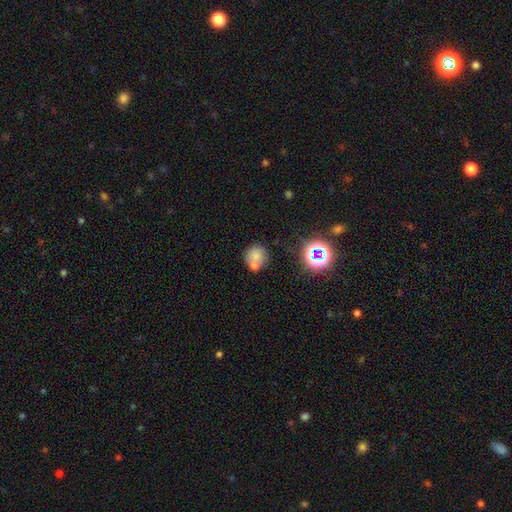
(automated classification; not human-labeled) smooth 69%, star or artifact 16%, featured or disk 15%. Down the decision tree: how rounded — round (85%); merging — none (50%).